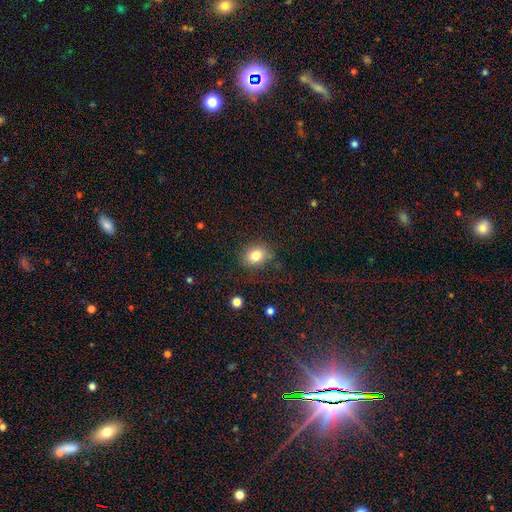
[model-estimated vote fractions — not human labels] smooth_or_featured: smooth (p=0.81) [alt: star or artifact p=0.11]
how_rounded: in between (p=0.52) [alt: round p=0.47]
merging: none (p=0.79) [alt: minor disturbance p=0.15]